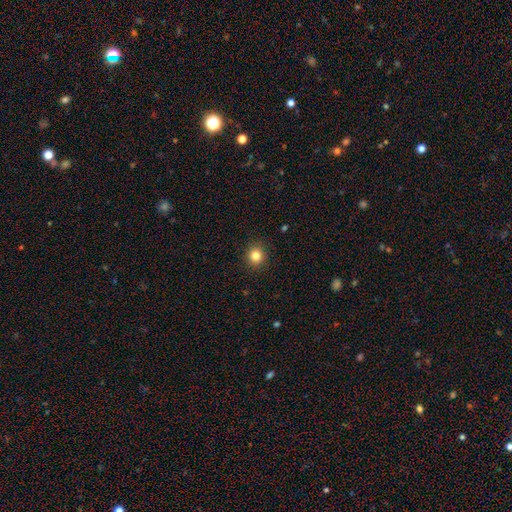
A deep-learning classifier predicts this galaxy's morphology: Smooth or featured?
  - smooth: 83% *
  - star or artifact: 12%
  - featured or disk: 5%
How rounded?
  - round: 89% *
  - in between: 10%
  - cigar-shaped: 1%
Merging?
  - none: 91% *
  - minor disturbance: 6%
  - major disturbance: 2%
  - merger: 1%